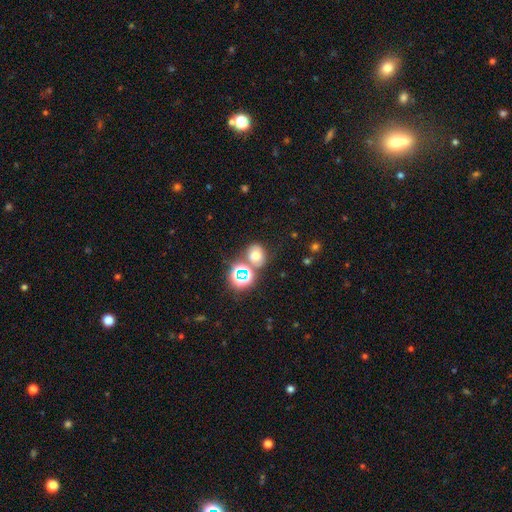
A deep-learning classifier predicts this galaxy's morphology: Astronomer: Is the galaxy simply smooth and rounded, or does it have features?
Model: smooth — 59%.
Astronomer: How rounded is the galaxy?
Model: round — 64%.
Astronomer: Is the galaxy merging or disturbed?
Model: none — 57%.